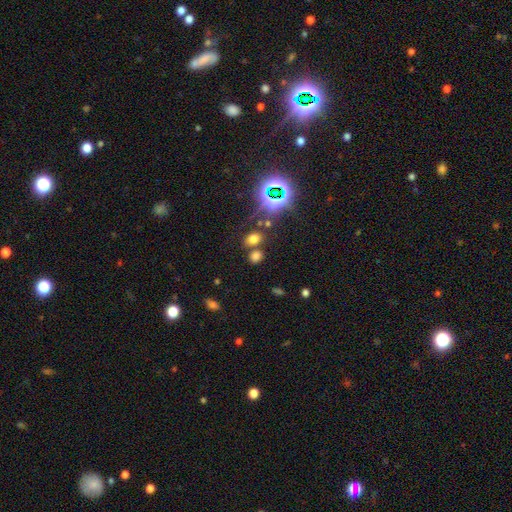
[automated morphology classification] This appears to be a smooth galaxy with no disk features (66%) that is in between round and cigar-shaped (62%). Merging: none (65%).